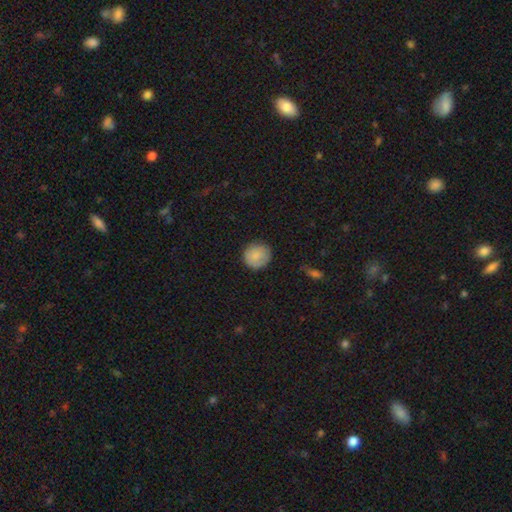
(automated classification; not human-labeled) This is clearly a smooth galaxy (83%). How rounded: clearly round (89%). Merging: clearly none (83%).